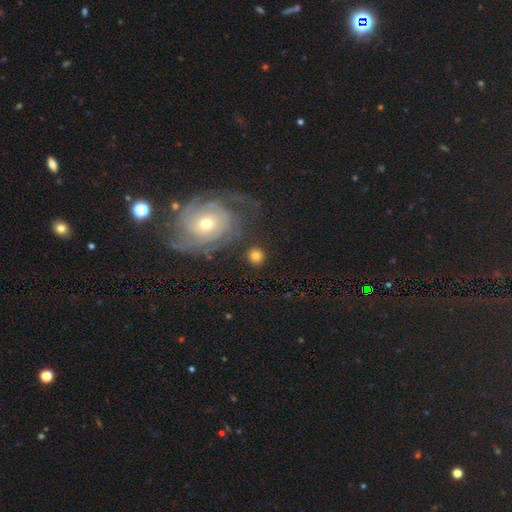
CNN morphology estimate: Smooth or featured?
  - smooth: 75% *
  - featured or disk: 15%
  - star or artifact: 10%
How rounded?
  - round: 88% *
  - in between: 11%
  - cigar-shaped: 1%
Merging?
  - none: 82% *
  - minor disturbance: 8%
  - merger: 5%
  - major disturbance: 5%